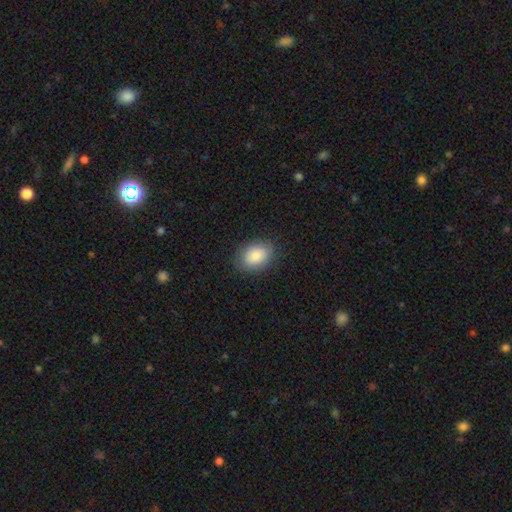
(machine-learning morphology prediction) Smooth or featured?
  - smooth: 87% *
  - star or artifact: 7%
  - featured or disk: 6%
How rounded?
  - in between: 81% *
  - round: 18%
  - cigar-shaped: 1%
Merging?
  - none: 85% *
  - minor disturbance: 11%
  - major disturbance: 3%
  - merger: 1%